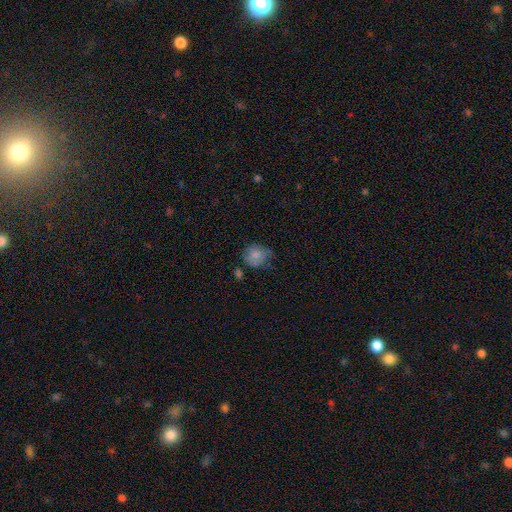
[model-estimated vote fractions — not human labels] smooth_or_featured: smooth (p=0.78) [alt: featured or disk p=0.14]
how_rounded: round (p=0.70) [alt: in between p=0.29]
merging: none (p=0.51) [alt: minor disturbance p=0.34]